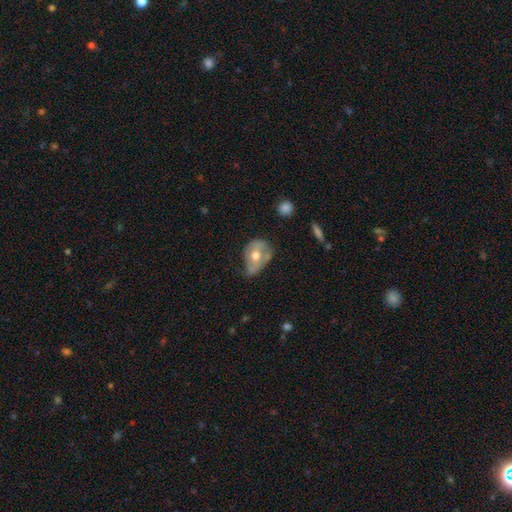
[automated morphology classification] This is possibly a smooth galaxy (47%). Merging: marginally minor disturbance (40%).